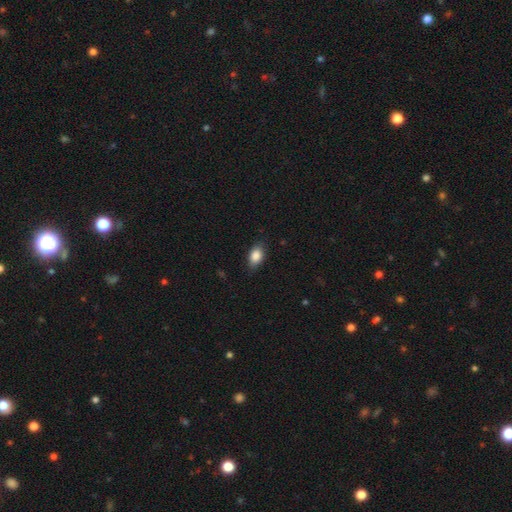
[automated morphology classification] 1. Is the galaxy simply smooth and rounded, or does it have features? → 86% smooth, 8% star or artifact, 6% featured or disk.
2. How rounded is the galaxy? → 87% in between, 11% round, 2% cigar-shaped.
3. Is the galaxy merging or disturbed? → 82% none, 14% minor disturbance, 3% major disturbance, 1% merger.